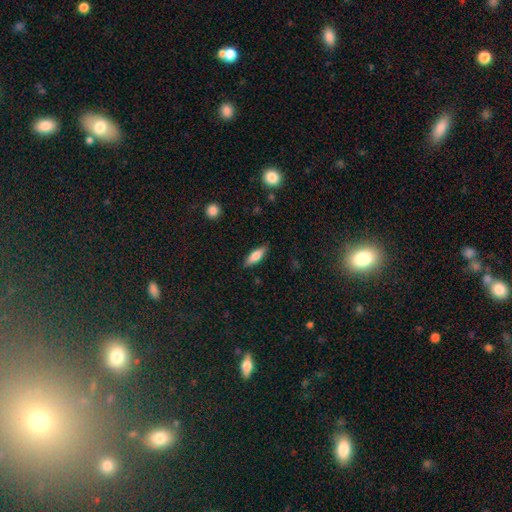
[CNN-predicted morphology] type=smooth (73%); roundness=in between (53%); merging=none (86%).